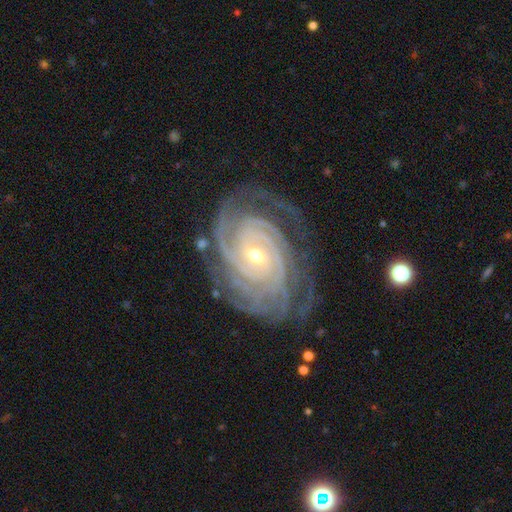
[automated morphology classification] The model was most divided on "spiral arm count": 4: 28%, 3: 18%, can't tell: 18%, more than 4: 16%, 2: 13%, 1: 7%. More confident: spiral arms — yes (99%); edge-on disk — no (97%); smooth or featured — featured or disk (92%); spiral winding — tight (84%); merging — none (74%); bulge size — small (60%); bar — no (53%).